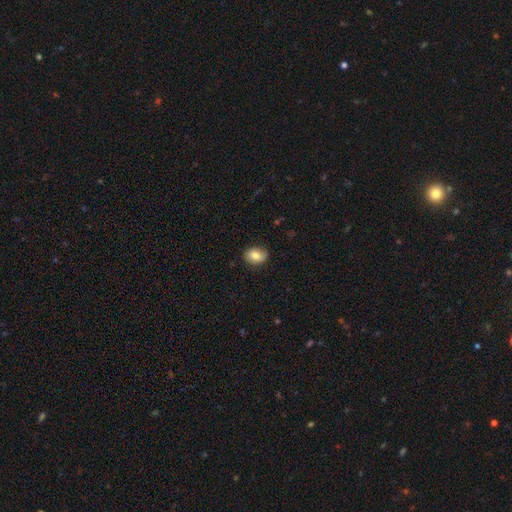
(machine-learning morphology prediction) type=smooth (79%); roundness=in between (57%); merging=none (84%).